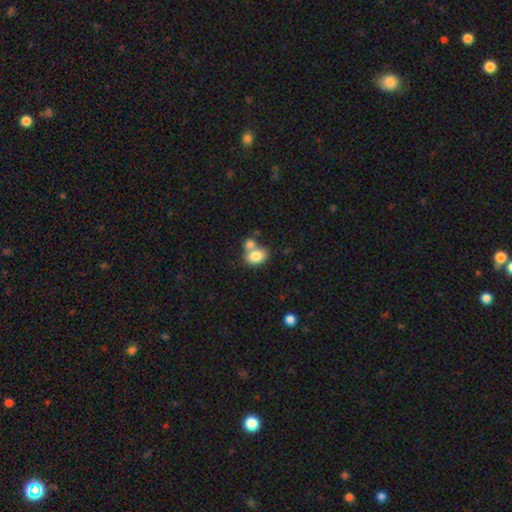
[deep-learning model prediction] Q: Smooth or featured?
A: smooth (82%); runner-up: featured or disk (9%)
Q: How rounded?
A: in between (73%); runner-up: round (26%)
Q: Merging?
A: merger (44%); runner-up: none (41%)